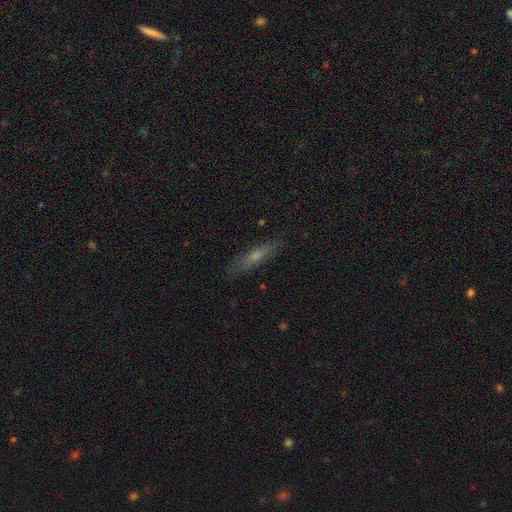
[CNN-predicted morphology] This is possibly a smooth galaxy (47%). Merging: clearly none (86%).